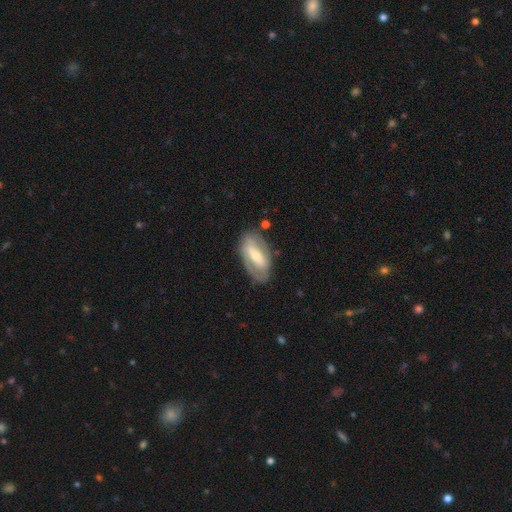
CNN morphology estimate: Smooth or featured? featured or disk (65%)
Edge-on disk? no (88%)
Bar? strong (56%)
Spiral arms? yes (56%)
Bulge size? moderate (52%)
Merging? none (74%)